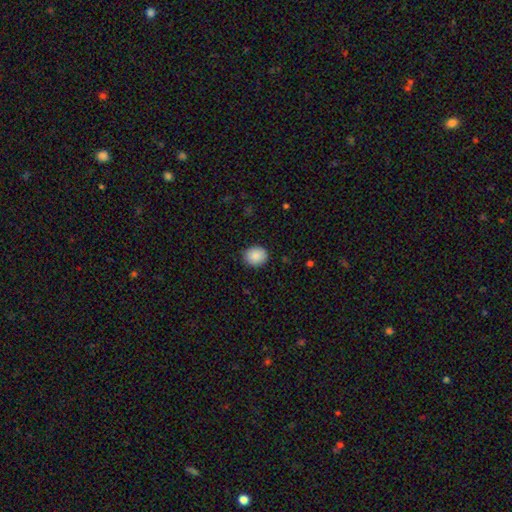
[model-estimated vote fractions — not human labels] Smooth or featured? Predicted: smooth (p=0.89). How rounded? Predicted: round (p=0.67). Merging? Predicted: none (p=0.87).